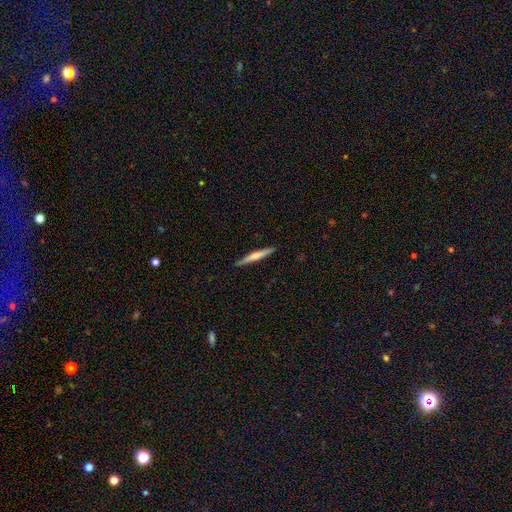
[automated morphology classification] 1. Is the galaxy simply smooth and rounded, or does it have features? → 50% smooth, 45% featured or disk, 5% star or artifact.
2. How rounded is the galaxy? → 95% cigar-shaped, 4% in between, 1% round.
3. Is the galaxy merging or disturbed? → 89% none, 8% minor disturbance, 1% major disturbance, 1% merger.